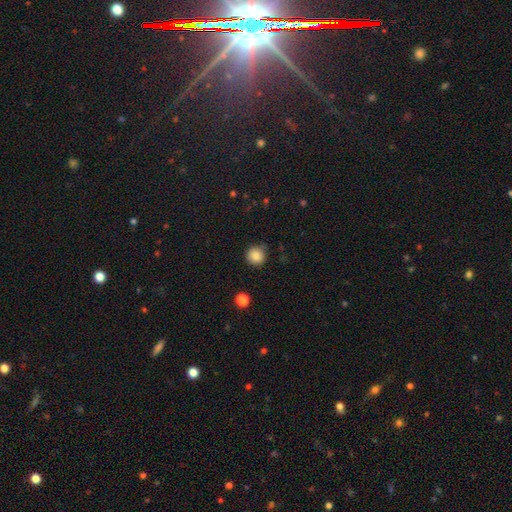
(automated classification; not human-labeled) smooth_or_featured: smooth (p=0.86) [alt: star or artifact p=0.10]
how_rounded: round (p=0.93) [alt: in between p=0.06]
merging: none (p=0.80) [alt: minor disturbance p=0.14]